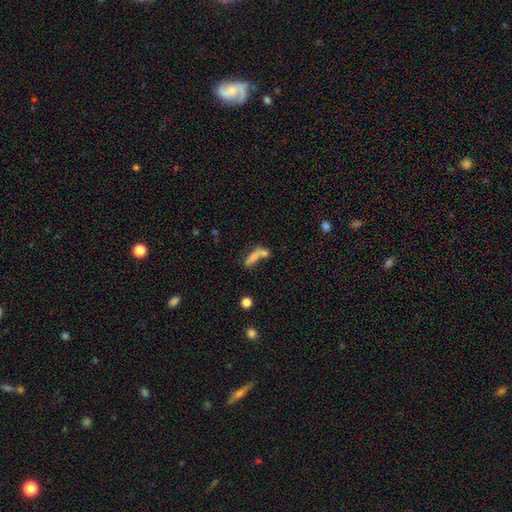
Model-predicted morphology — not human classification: Smooth or featured? Predicted: smooth (p=0.65). How rounded? Predicted: cigar-shaped (p=0.62). Merging? Predicted: merger (p=0.47).